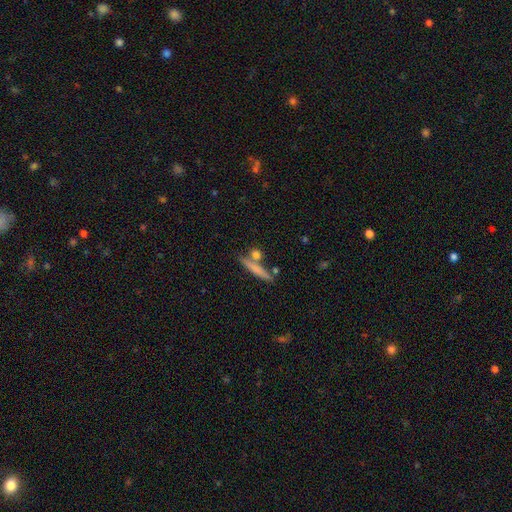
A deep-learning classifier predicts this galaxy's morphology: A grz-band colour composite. It shows a smooth galaxy with no disk features (70%) that is cigar-shaped (66%). Merging: none (68%).